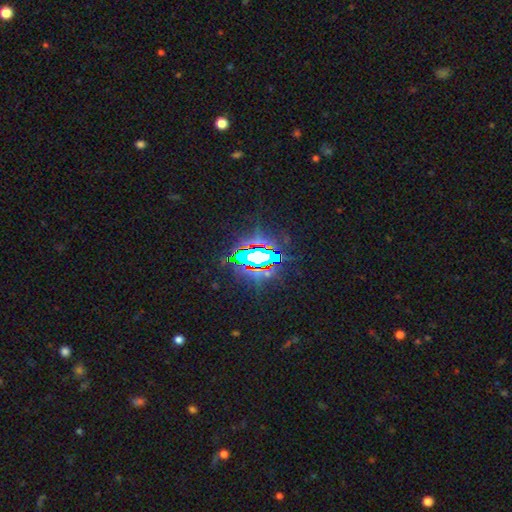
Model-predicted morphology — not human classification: A star or artifact, not a galaxy (74%).

Vote fractions:
- Smooth or featured? star or artifact: 74% / featured or disk: 13% / smooth: 13%